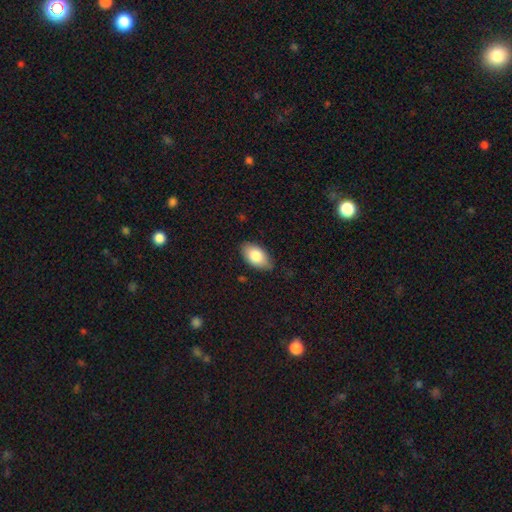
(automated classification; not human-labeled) A smooth galaxy with no disk features (82%) that is in between round and cigar-shaped (94%).

Vote fractions:
- Smooth or featured? smooth: 82% / featured or disk: 12% / star or artifact: 6%
- How rounded? in between: 94% / round: 4% / cigar-shaped: 2%
- Merging? none: 80% / minor disturbance: 16% / major disturbance: 3% / merger: 1%